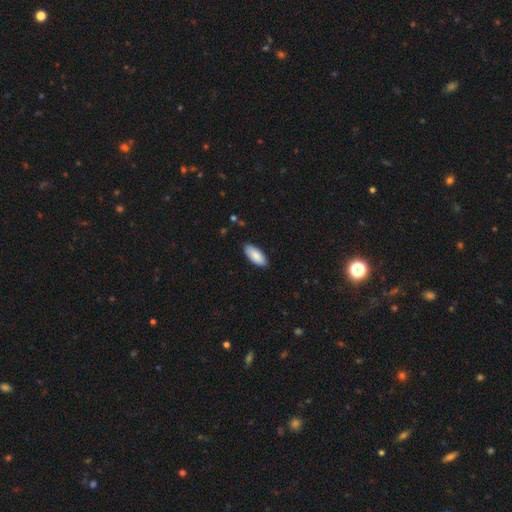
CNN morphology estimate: A smooth galaxy with no disk features (88%) that is in between round and cigar-shaped (87%). Merging: none (87%).